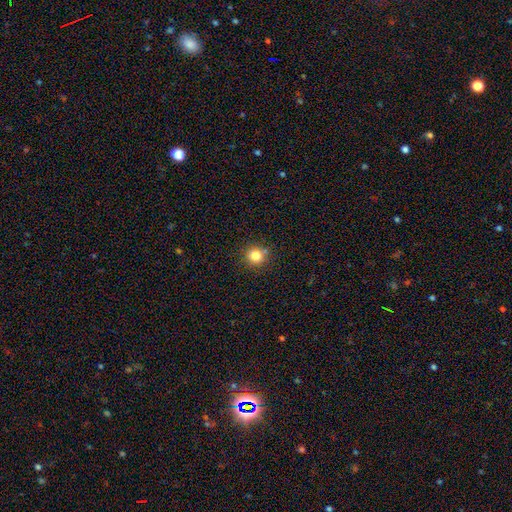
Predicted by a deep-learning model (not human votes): A smooth galaxy with no disk features (82%) that is round (93%). Merging: none (84%).